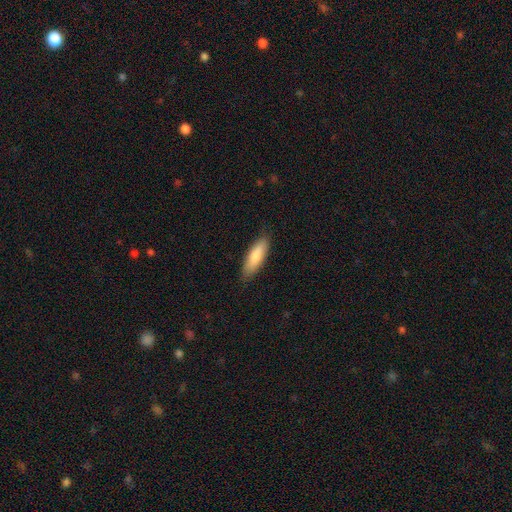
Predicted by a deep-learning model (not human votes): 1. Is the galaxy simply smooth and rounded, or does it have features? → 80% smooth, 14% featured or disk, 5% star or artifact.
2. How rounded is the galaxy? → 50% cigar-shaped, 48% in between, 2% round.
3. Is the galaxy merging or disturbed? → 85% none, 11% minor disturbance, 2% major disturbance, 1% merger.